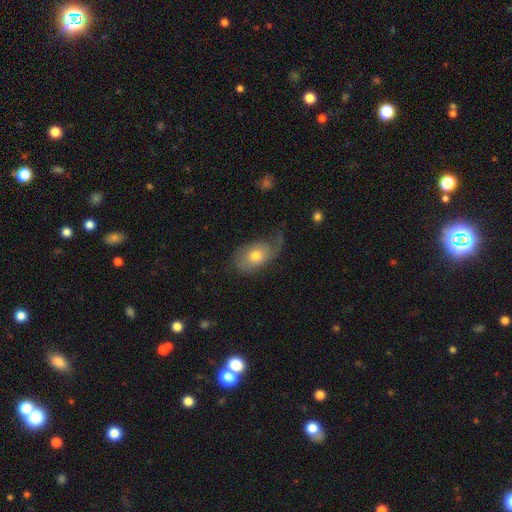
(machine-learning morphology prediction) smooth-or-featured: smooth: 65% | featured or disk: 28% | star or artifact: 7%
  how-rounded: in between: 87% | round: 11% | cigar-shaped: 2%
  merging: none: 41% | minor disturbance: 32% | major disturbance: 24% | merger: 3%